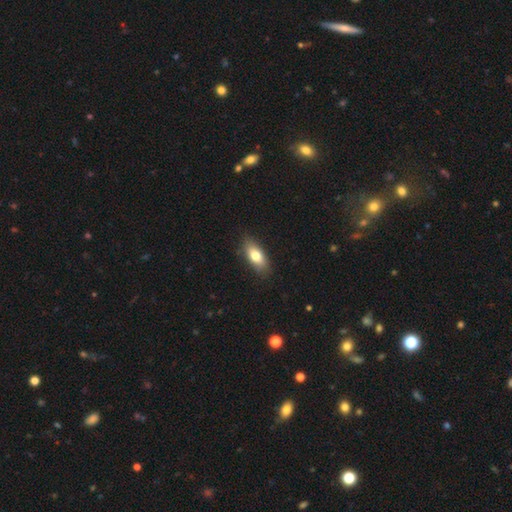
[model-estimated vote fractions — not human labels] Smooth or featured?
  - smooth: 77% *
  - featured or disk: 16%
  - star or artifact: 7%
How rounded?
  - in between: 83% *
  - cigar-shaped: 13%
  - round: 4%
Merging?
  - none: 83% *
  - minor disturbance: 13%
  - major disturbance: 3%
  - merger: 1%